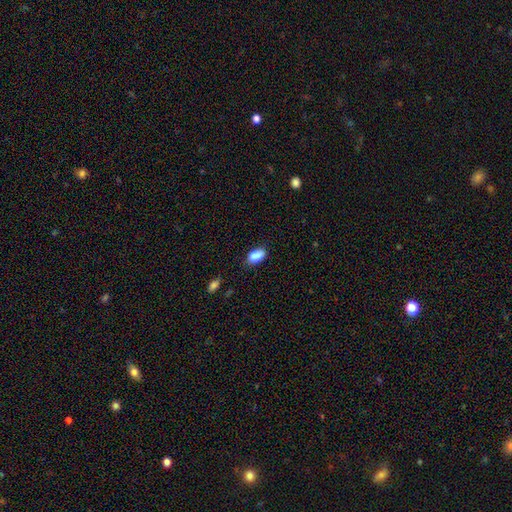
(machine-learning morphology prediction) Q: Smooth or featured?
A: smooth (88%); runner-up: star or artifact (8%)
Q: How rounded?
A: in between (91%); runner-up: round (5%)
Q: Merging?
A: none (72%); runner-up: minor disturbance (21%)